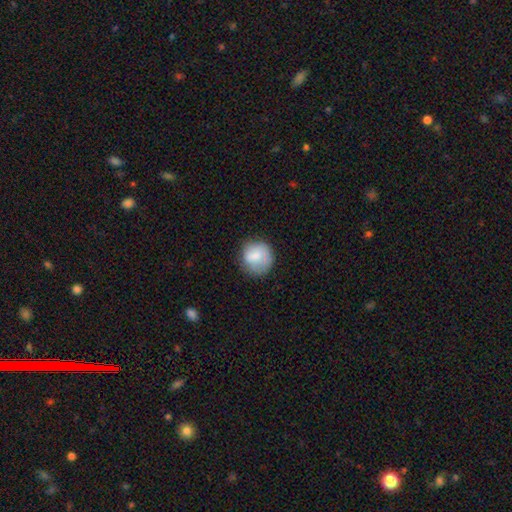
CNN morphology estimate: A smooth galaxy with no disk features (78%) that is round (86%). Merging: none (68%).